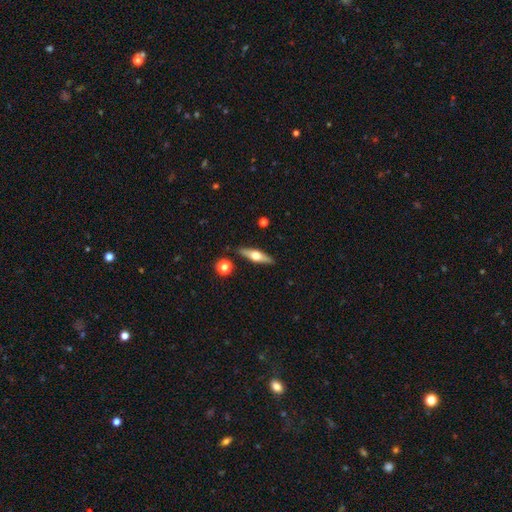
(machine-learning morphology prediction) smooth-or-featured: featured or disk: 60% | smooth: 33% | star or artifact: 6%
  disk-edge-on: yes: 94% | no: 6%
    edge-on-bulge: rounded: 95% | boxy: 3% | none: 2%
  merging: none: 88% | minor disturbance: 8% | merger: 3% | major disturbance: 2%